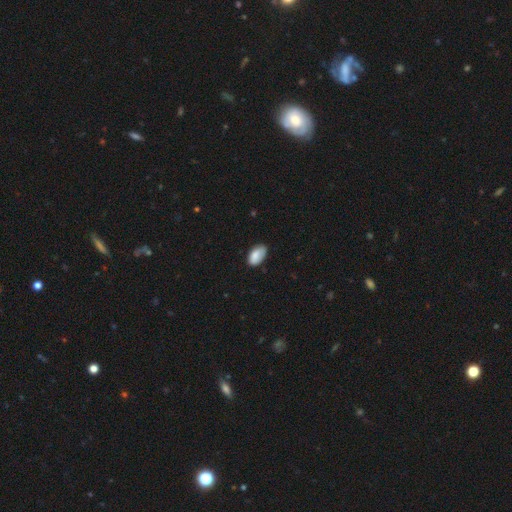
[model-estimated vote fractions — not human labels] smooth-or-featured: smooth: 83% | featured or disk: 10% | star or artifact: 7%
  how-rounded: in between: 95% | round: 4% | cigar-shaped: 2%
  merging: none: 74% | minor disturbance: 21% | major disturbance: 3% | merger: 1%